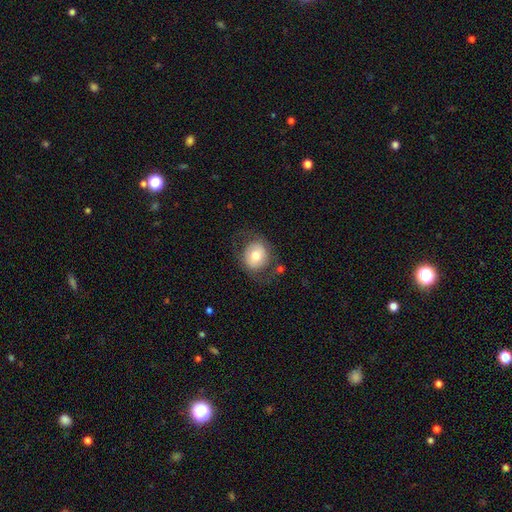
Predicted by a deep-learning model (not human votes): Morphology: type=smooth (65%); roundness=round (74%); merging=none (70%).